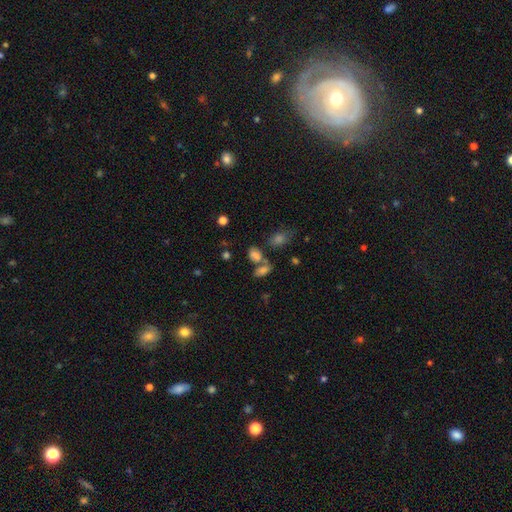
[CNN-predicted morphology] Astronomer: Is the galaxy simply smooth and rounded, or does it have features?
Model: smooth — 74%.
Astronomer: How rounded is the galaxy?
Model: in between — 78%.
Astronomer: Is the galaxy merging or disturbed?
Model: none — 41% (runner-up: merger, 37%).